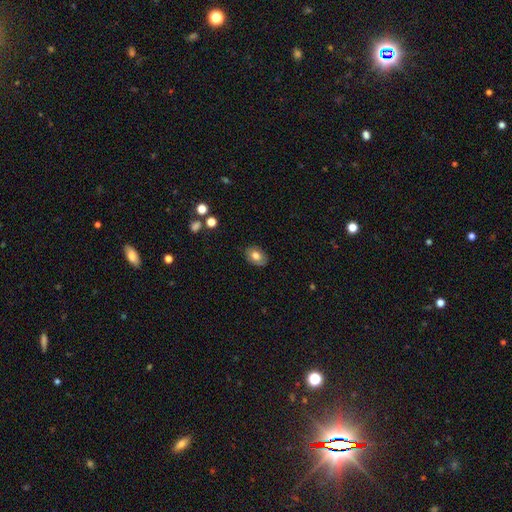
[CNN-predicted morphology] This appears to be a smooth galaxy with no disk features (76%) that is in between round and cigar-shaped (78%). Merging: none (84%).